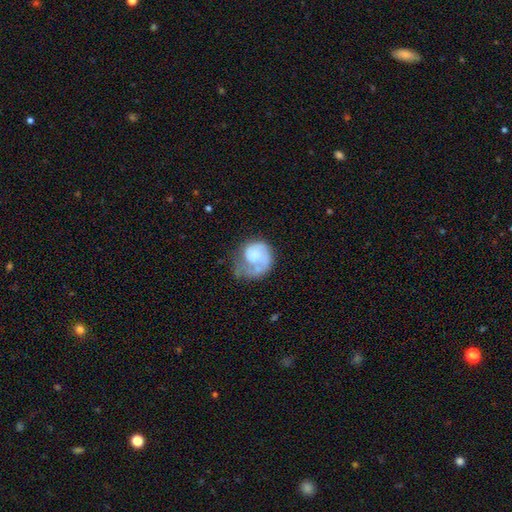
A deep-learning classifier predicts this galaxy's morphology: Smooth or featured?
  - featured or disk: 56% *
  - smooth: 38%
  - star or artifact: 6%
Edge-on disk?
  - no: 98% *
  - yes: 2%
Bar?
  - no: 79% *
  - weak: 18%
  - strong: 3%
Spiral arms?
  - yes: 80% *
  - no: 20%
Bulge size?
  - none: 36% *
  - moderate: 20%
  - small: 20%
  - large: 19%
  - dominant: 6%
Merging?
  - major disturbance: 39% *
  - none: 31%
  - minor disturbance: 24%
  - merger: 5%